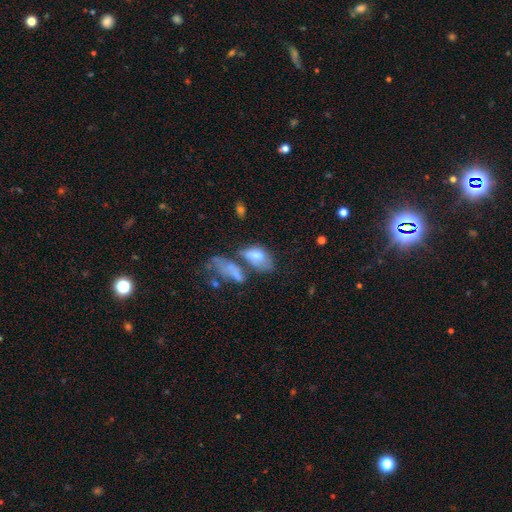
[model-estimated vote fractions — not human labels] A smooth galaxy with no disk features (66%) that is in between round and cigar-shaped (90%).

Vote fractions:
- Smooth or featured? smooth: 66% / featured or disk: 25% / star or artifact: 9%
- How rounded? in between: 90% / round: 5% / cigar-shaped: 5%
- Merging? merger: 41% / none: 22% / major disturbance: 19% / minor disturbance: 17%